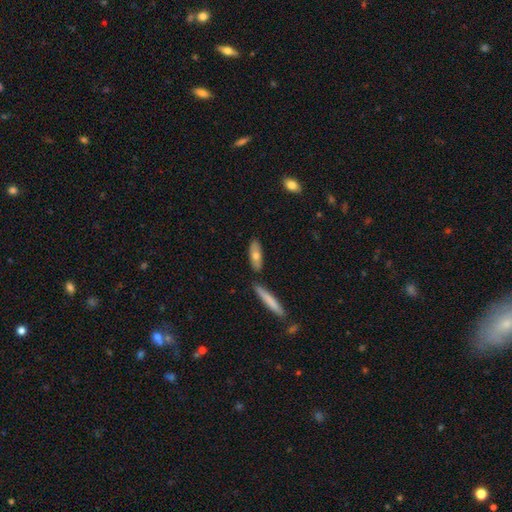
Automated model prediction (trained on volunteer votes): Q: Smooth or featured?
A: smooth (65%); runner-up: featured or disk (29%)
Q: How rounded?
A: in between (50%); runner-up: cigar-shaped (48%)
Q: Merging?
A: none (79%); runner-up: minor disturbance (12%)